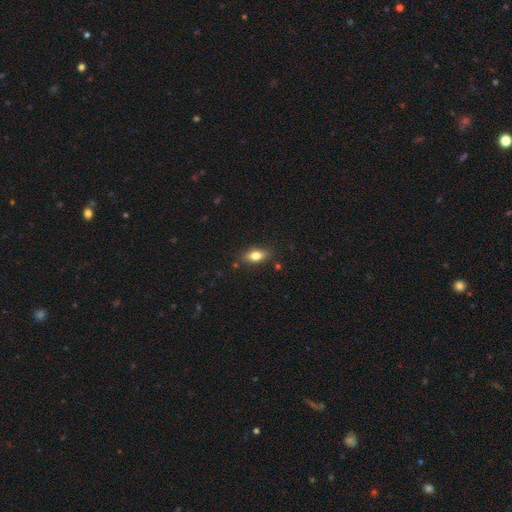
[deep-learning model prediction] smooth_or_featured: smooth (p=0.79) [alt: featured or disk p=0.13]
how_rounded: in between (p=0.83) [alt: cigar-shaped p=0.09]
merging: none (p=0.83) [alt: minor disturbance p=0.13]